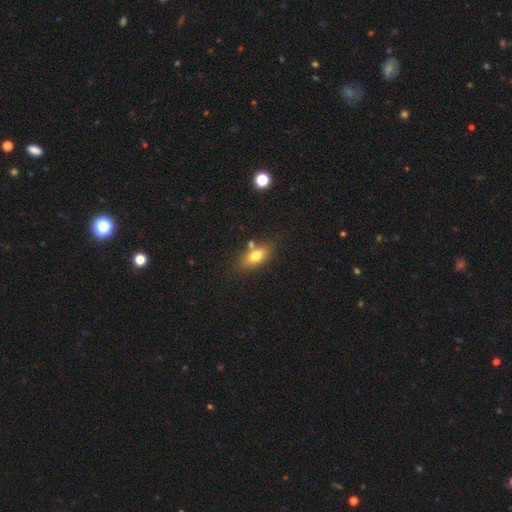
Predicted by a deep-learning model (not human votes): smooth_or_featured: smooth (p=0.74) [alt: featured or disk p=0.17]
how_rounded: in between (p=0.81) [alt: cigar-shaped p=0.11]
merging: none (p=0.67) [alt: minor disturbance p=0.15]